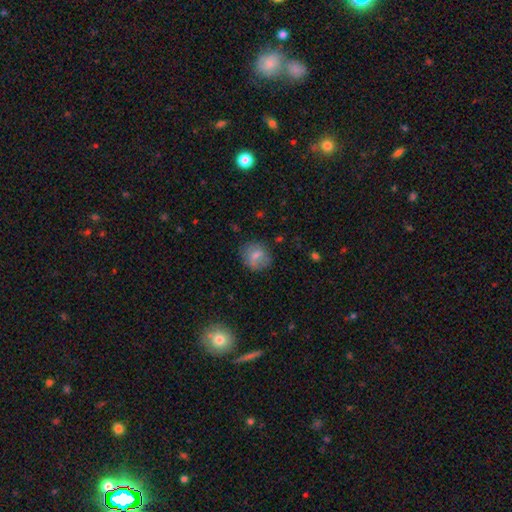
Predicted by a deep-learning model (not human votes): The model was most divided on "how rounded": round: 71%, in between: 28%, cigar-shaped: 1%. More confident: merging — none (72%); smooth or featured — smooth (70%).